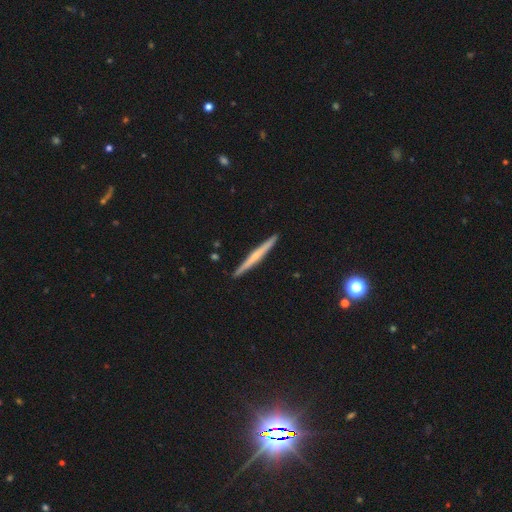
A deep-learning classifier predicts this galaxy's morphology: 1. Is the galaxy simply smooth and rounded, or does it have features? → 60% featured or disk, 34% smooth, 6% star or artifact.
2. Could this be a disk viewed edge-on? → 98% yes, 2% no.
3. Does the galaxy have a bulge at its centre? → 49% rounded, 44% none, 7% boxy.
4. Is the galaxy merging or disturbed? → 92% none, 5% minor disturbance, 1% major disturbance, 1% merger.